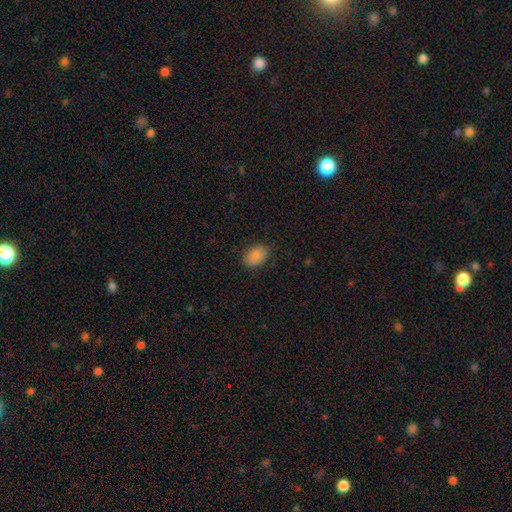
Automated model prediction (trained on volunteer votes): This appears to be a smooth galaxy with no disk features (88%) that is in between round and cigar-shaped (79%). Merging: none (86%).